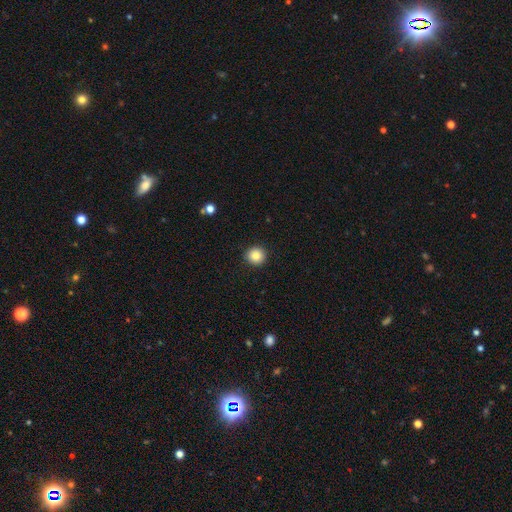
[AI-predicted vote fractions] Morphology: type=smooth (85%); roundness=round (94%); merging=none (92%).